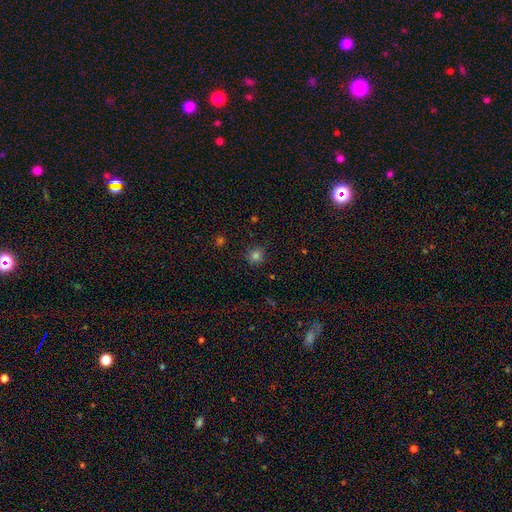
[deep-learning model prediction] Morphology: type=smooth (80%); roundness=round (89%); merging=none (88%).